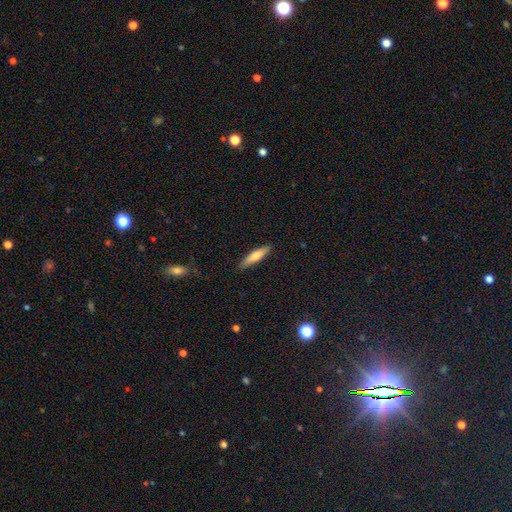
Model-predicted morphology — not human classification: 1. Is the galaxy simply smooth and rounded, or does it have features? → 65% smooth, 29% featured or disk, 6% star or artifact.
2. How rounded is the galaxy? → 83% cigar-shaped, 15% in between, 2% round.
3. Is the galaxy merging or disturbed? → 88% none, 9% minor disturbance, 2% major disturbance, 1% merger.